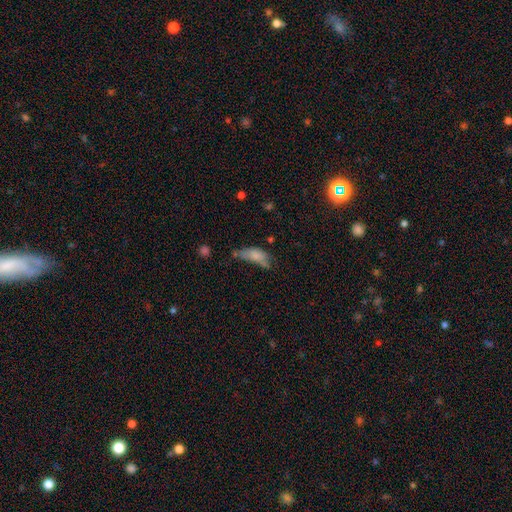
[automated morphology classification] type=smooth (70%); roundness=in between (77%); merging=minor disturbance (30%).